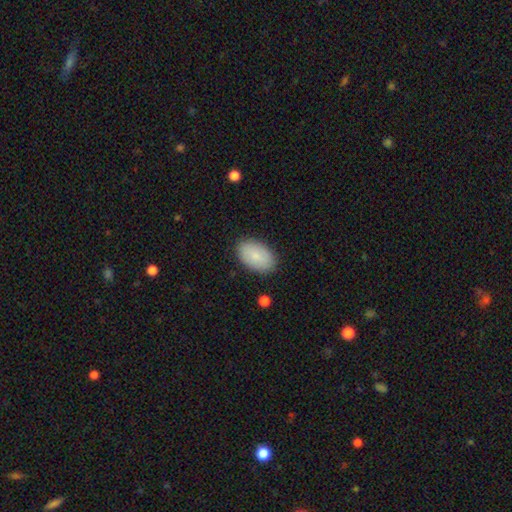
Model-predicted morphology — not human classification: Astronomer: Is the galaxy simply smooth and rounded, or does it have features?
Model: smooth — 84%.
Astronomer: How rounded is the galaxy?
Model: in between — 94%.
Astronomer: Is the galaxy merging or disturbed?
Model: none — 87%.